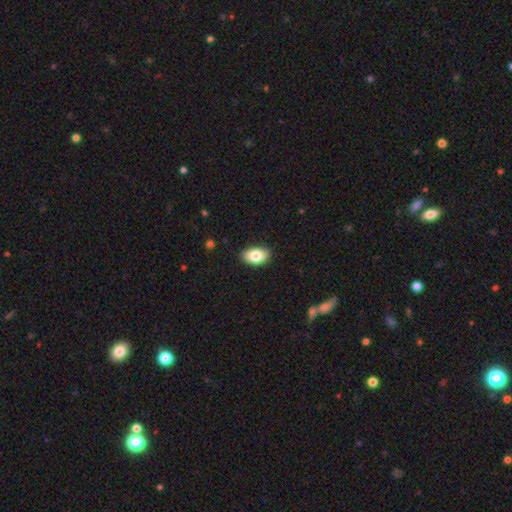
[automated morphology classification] This appears to be a smooth galaxy with no disk features (81%) that is in between round and cigar-shaped (92%). Merging: none (88%).